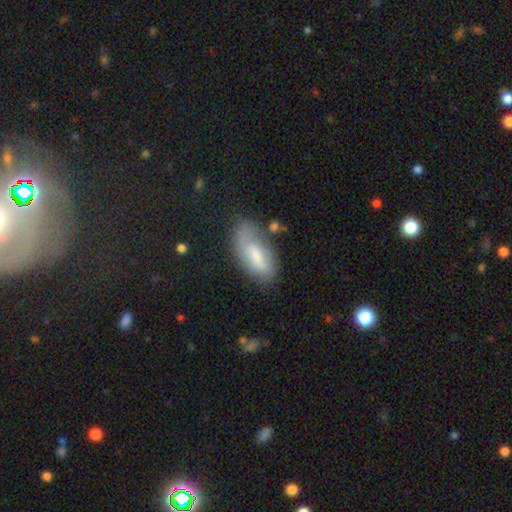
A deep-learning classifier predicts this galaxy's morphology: This is likely a smooth galaxy (71%). How rounded: clearly in between (86%). Merging: possibly none (57%).